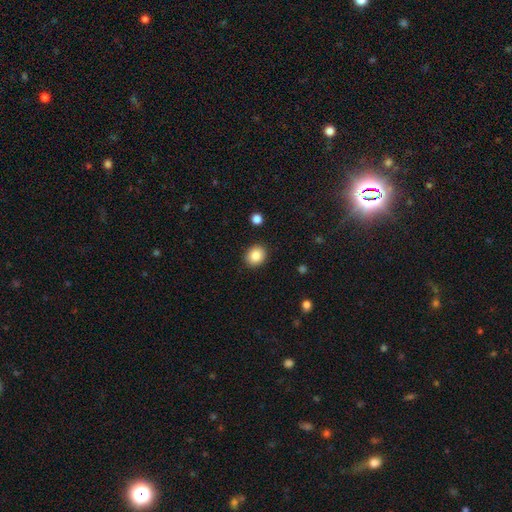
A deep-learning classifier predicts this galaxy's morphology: A smooth galaxy with no disk features (84%) that is round (71%).

Vote fractions:
- Smooth or featured? smooth: 84% / star or artifact: 9% / featured or disk: 6%
- How rounded? round: 71% / in between: 29% / cigar-shaped: 1%
- Merging? none: 90% / minor disturbance: 7% / major disturbance: 2% / merger: 1%